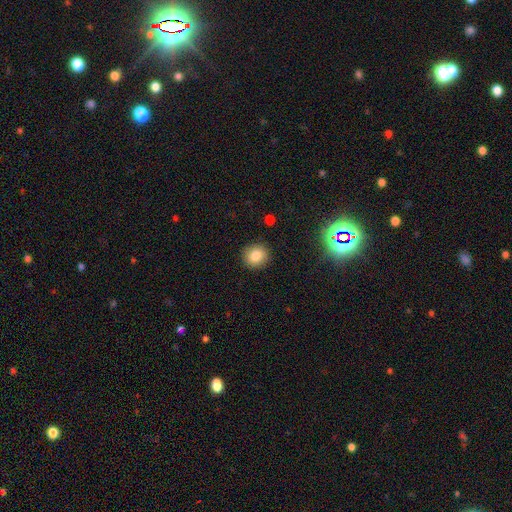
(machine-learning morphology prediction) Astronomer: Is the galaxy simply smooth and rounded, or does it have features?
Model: smooth — 83%.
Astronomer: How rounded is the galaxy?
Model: round — 88%.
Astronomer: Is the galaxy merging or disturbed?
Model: none — 91%.